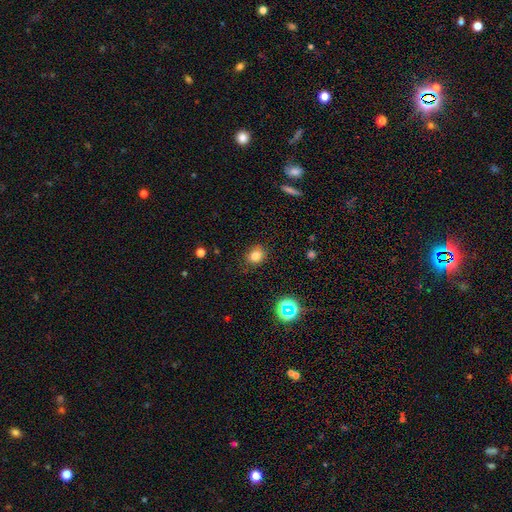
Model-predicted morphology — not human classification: Smooth or featured?
  - smooth: 79% *
  - star or artifact: 15%
  - featured or disk: 6%
How rounded?
  - round: 60% *
  - in between: 39%
  - cigar-shaped: 1%
Merging?
  - none: 83% *
  - minor disturbance: 12%
  - major disturbance: 4%
  - merger: 1%